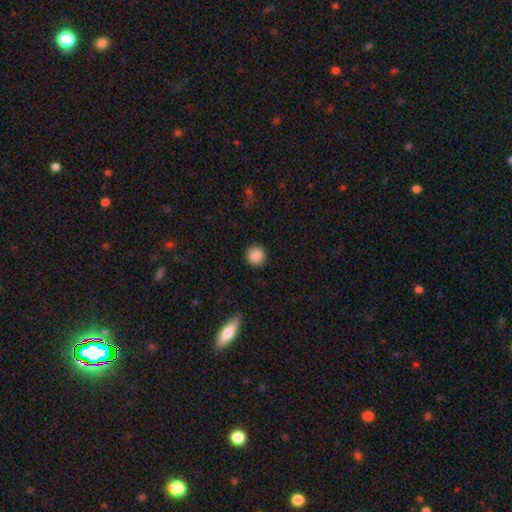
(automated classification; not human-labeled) The model was most divided on "smooth or featured": smooth: 87%, star or artifact: 9%, featured or disk: 4%. More confident: how rounded — round (91%); merging — none (90%).